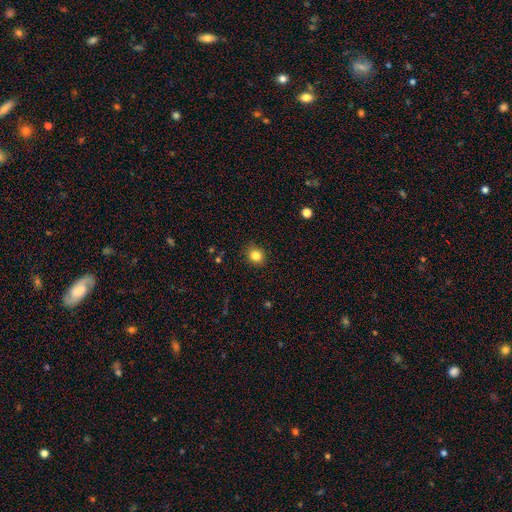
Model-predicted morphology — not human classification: smooth 84%, star or artifact 11%, featured or disk 5%. Down the decision tree: how rounded — round (77%); merging — none (88%).